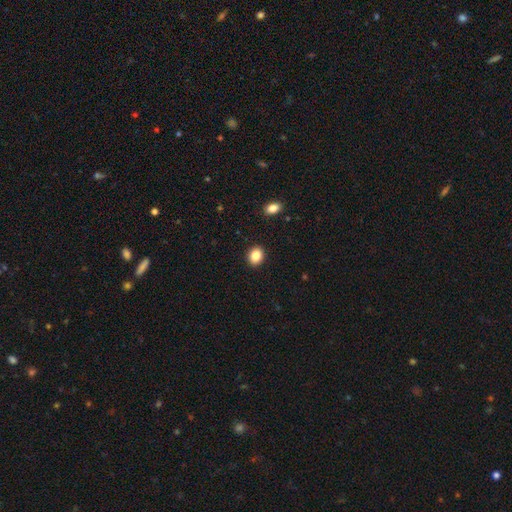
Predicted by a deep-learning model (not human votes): Smooth or featured?
  - smooth: 86% *
  - star or artifact: 9%
  - featured or disk: 5%
How rounded?
  - round: 55% *
  - in between: 44%
  - cigar-shaped: 1%
Merging?
  - none: 91% *
  - minor disturbance: 6%
  - major disturbance: 2%
  - merger: 1%